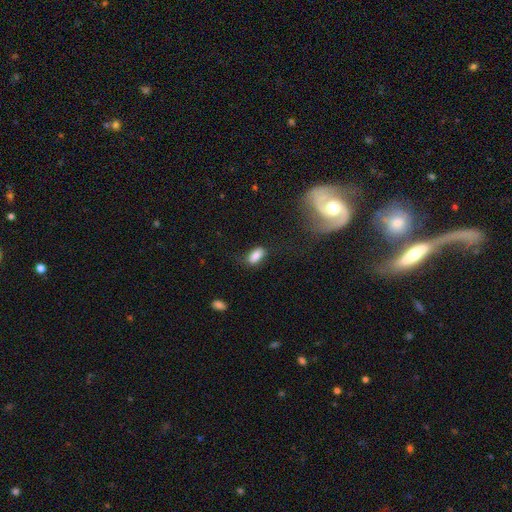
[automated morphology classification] Smooth or featured? Predicted: smooth (p=0.83). How rounded? Predicted: in between (p=0.89). Merging? Predicted: none (p=0.64).